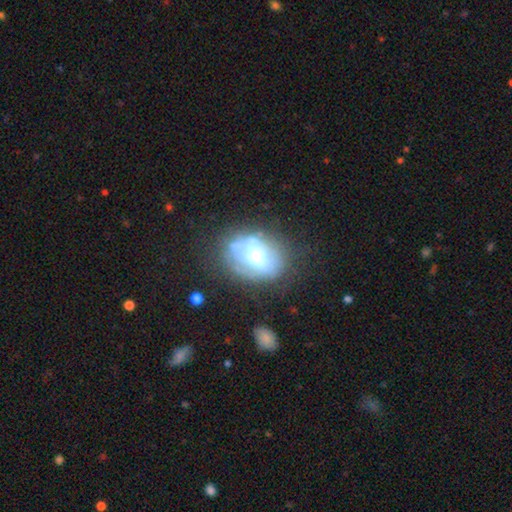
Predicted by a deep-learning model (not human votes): Smooth or featured?
  - featured or disk: 53% *
  - smooth: 38%
  - star or artifact: 10%
Edge-on disk?
  - no: 94% *
  - yes: 6%
Merging?
  - none: 57% *
  - minor disturbance: 23%
  - major disturbance: 14%
  - merger: 5%